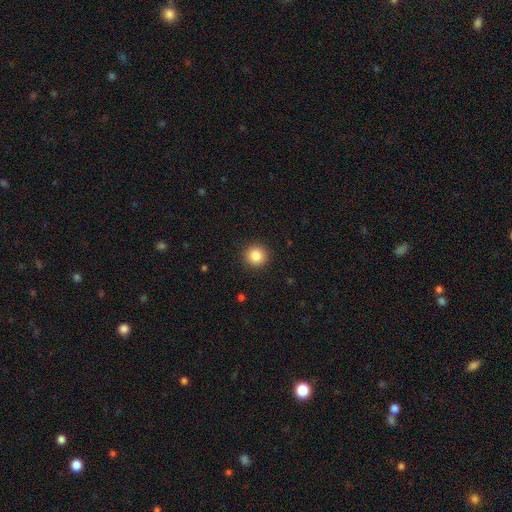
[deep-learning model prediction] Morphology: type=smooth (85%); roundness=round (94%); merging=none (92%).